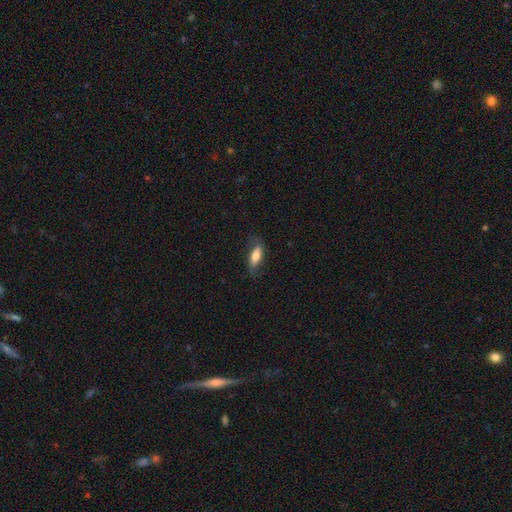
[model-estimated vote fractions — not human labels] Smooth or featured?
  - smooth: 69% *
  - featured or disk: 24%
  - star or artifact: 7%
How rounded?
  - in between: 62% *
  - cigar-shaped: 35%
  - round: 3%
Merging?
  - none: 69% *
  - minor disturbance: 23%
  - major disturbance: 8%
  - merger: 1%